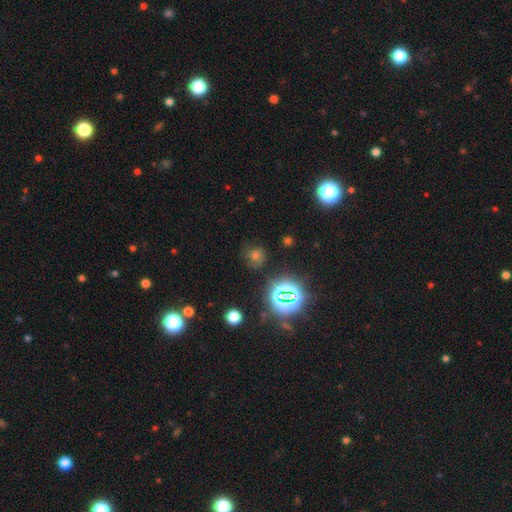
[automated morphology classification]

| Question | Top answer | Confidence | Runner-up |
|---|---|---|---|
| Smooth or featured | star or artifact | 48% | smooth (41%) |